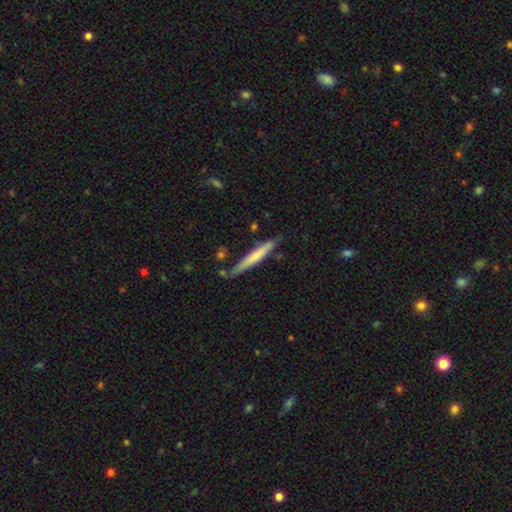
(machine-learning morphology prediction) A smooth galaxy with no disk features (60%) that is cigar-shaped (95%). Merging: none (78%).